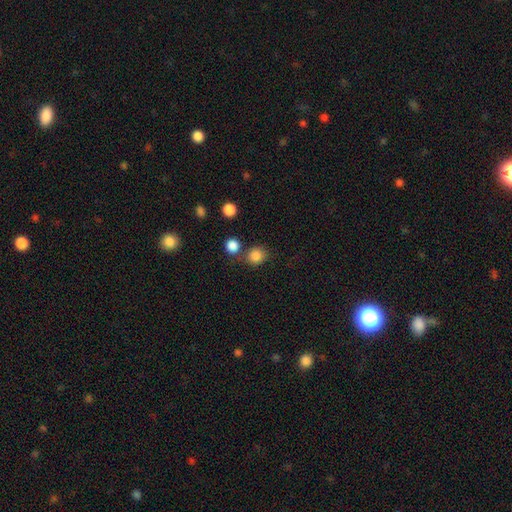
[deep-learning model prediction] smooth_or_featured: smooth (p=0.84) [alt: star or artifact p=0.11]
how_rounded: round (p=0.81) [alt: in between p=0.18]
merging: none (p=0.69) [alt: merger p=0.16]